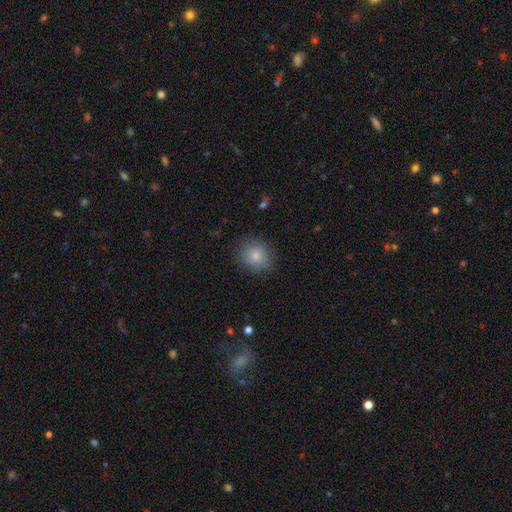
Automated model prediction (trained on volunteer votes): The model was most divided on "how rounded": round: 78%, in between: 21%, cigar-shaped: 1%. More confident: merging — none (84%); smooth or featured — smooth (82%).